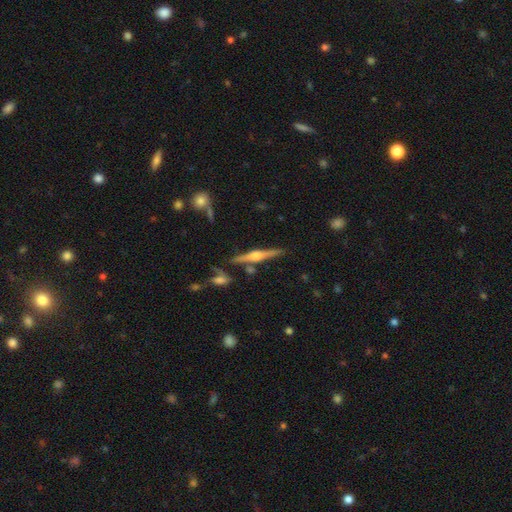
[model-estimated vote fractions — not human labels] The model was most divided on "smooth or featured": featured or disk: 78%, smooth: 16%, star or artifact: 7%. More confident: edge-on disk — yes (98%); edge-on bulge — rounded (89%); merging — none (82%).